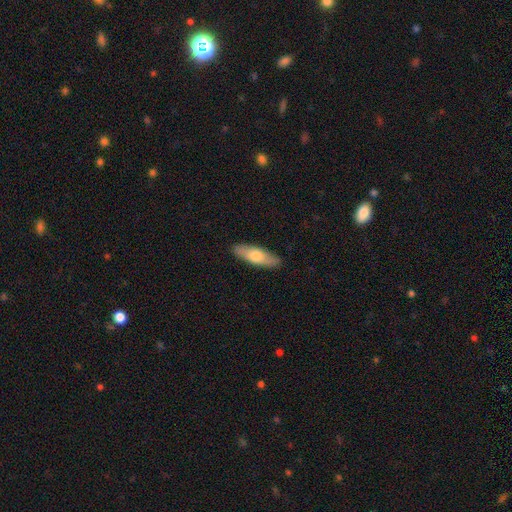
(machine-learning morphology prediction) A smooth galaxy with no disk features (68%) that is in between round and cigar-shaped (51%).

Vote fractions:
- Smooth or featured? smooth: 68% / featured or disk: 26% / star or artifact: 5%
- How rounded? in between: 51% / cigar-shaped: 46% / round: 2%
- Merging? none: 89% / minor disturbance: 8% / major disturbance: 2% / merger: 1%